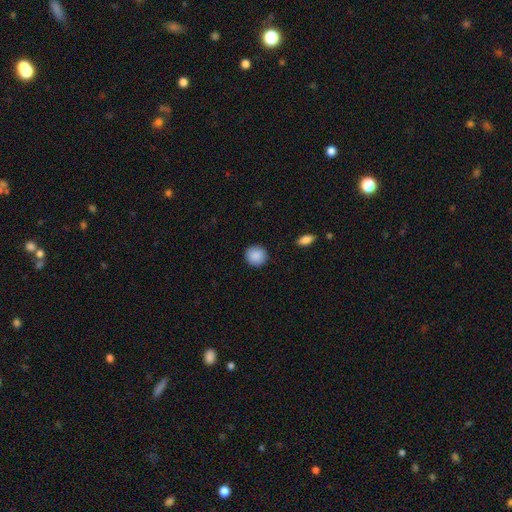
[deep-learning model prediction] Q: Smooth or featured?
A: smooth (90%); runner-up: star or artifact (7%)
Q: How rounded?
A: round (92%); runner-up: in between (7%)
Q: Merging?
A: none (91%); runner-up: minor disturbance (6%)